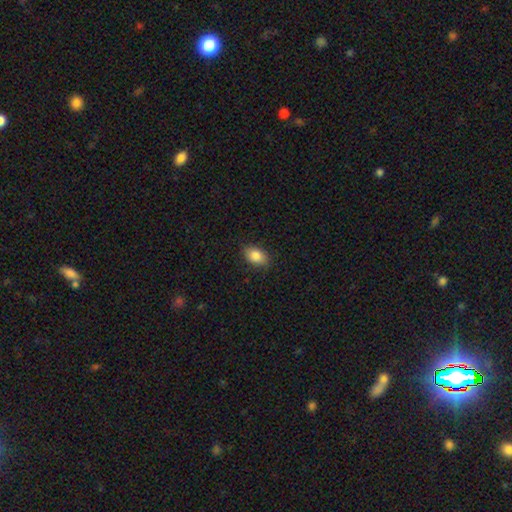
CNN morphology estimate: Smooth or featured? Predicted: smooth (p=0.86). How rounded? Predicted: in between (p=0.86). Merging? Predicted: none (p=0.86).